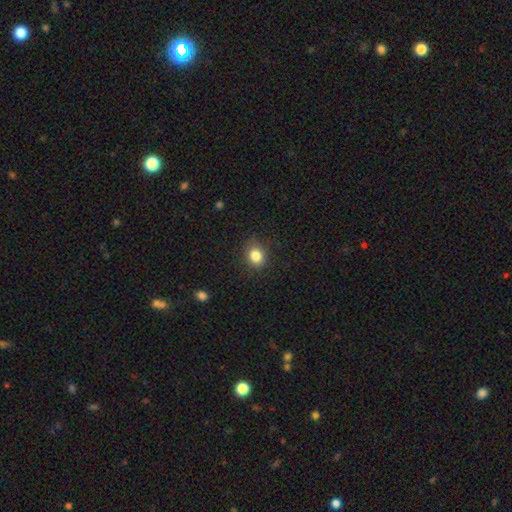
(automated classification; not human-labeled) This appears to be a smooth galaxy with no disk features (83%) that is round (63%). Merging: none (84%).